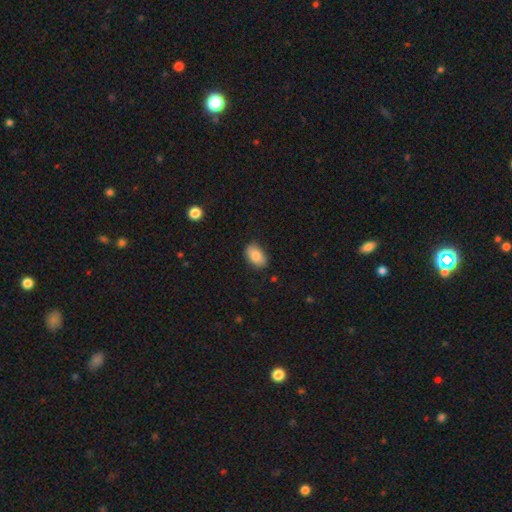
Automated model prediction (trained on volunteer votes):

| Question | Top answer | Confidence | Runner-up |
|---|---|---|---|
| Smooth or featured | smooth | 83% | featured or disk (9%) |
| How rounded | in between | 91% | round (8%) |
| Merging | none | 84% | minor disturbance (13%) |